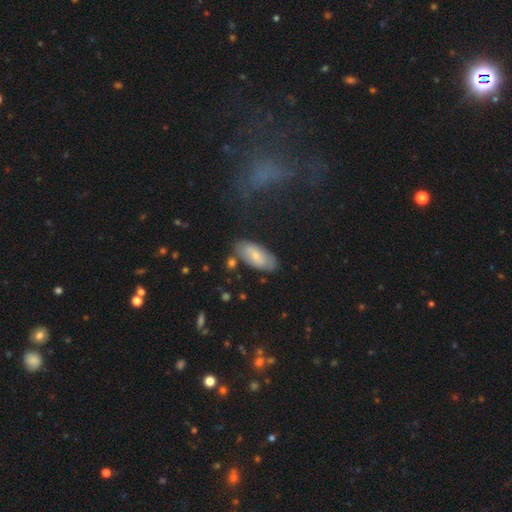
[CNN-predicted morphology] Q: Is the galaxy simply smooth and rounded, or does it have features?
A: smooth — 60%.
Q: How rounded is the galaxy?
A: in between — 88%.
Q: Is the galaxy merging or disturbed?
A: none — 76%.